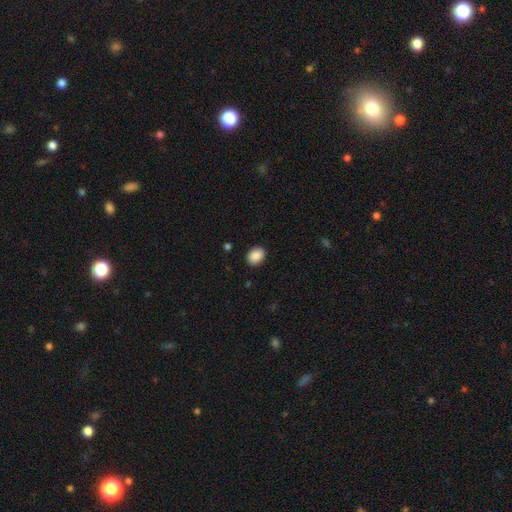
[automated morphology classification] Q: Smooth or featured?
A: smooth (89%); runner-up: star or artifact (8%)
Q: How rounded?
A: in between (59%); runner-up: round (41%)
Q: Merging?
A: none (89%); runner-up: minor disturbance (8%)